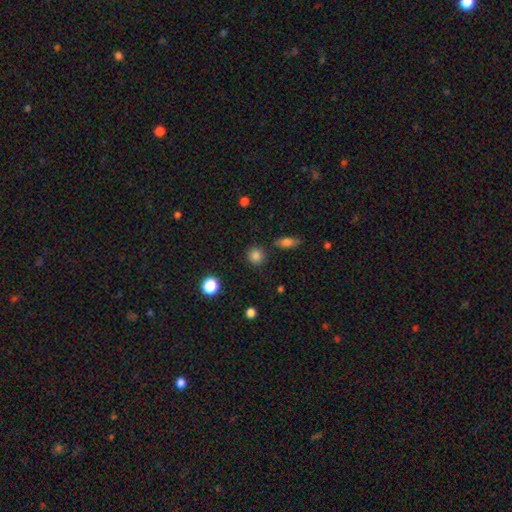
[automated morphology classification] A smooth galaxy with no disk features (84%) that is round (90%).

Vote fractions:
- Smooth or featured? smooth: 84% / star or artifact: 12% / featured or disk: 4%
- How rounded? round: 90% / in between: 9% / cigar-shaped: 1%
- Merging? none: 85% / minor disturbance: 9% / merger: 3% / major disturbance: 3%